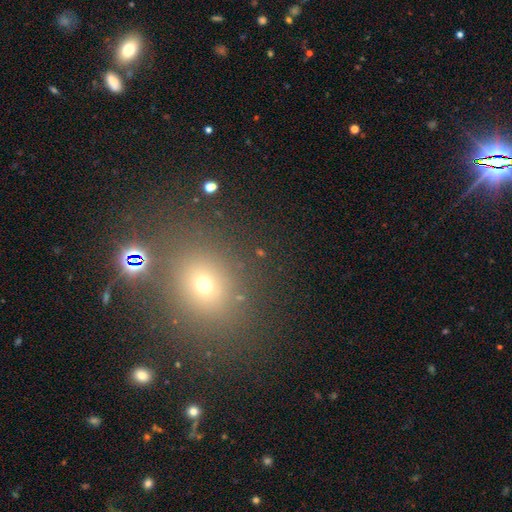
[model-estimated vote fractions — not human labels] Smooth or featured: smooth — 54% (star or artifact — 36%)
How rounded: round — 66% (in between — 32%)
Merging: none — 81% (minor disturbance — 9%)